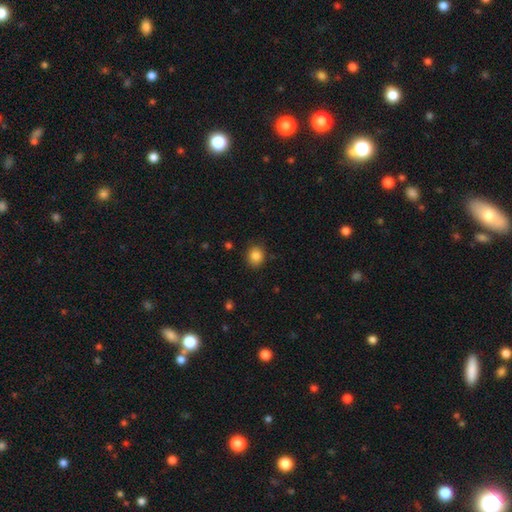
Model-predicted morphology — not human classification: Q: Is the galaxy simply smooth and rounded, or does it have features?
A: smooth — 86%.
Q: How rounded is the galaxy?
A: round — 72%.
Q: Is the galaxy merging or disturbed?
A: none — 85%.